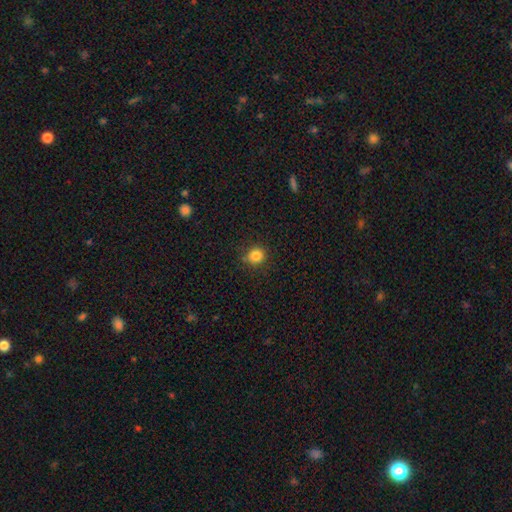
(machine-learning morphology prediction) smooth_or_featured: smooth (p=0.84) [alt: star or artifact p=0.12]
how_rounded: round (p=0.88) [alt: in between p=0.11]
merging: none (p=0.86) [alt: minor disturbance p=0.10]